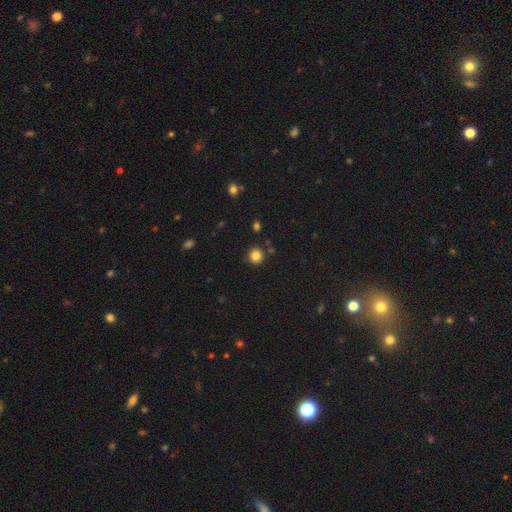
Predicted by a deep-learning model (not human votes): This appears to be a smooth galaxy with no disk features (84%) that is round (92%). Merging: none (86%).